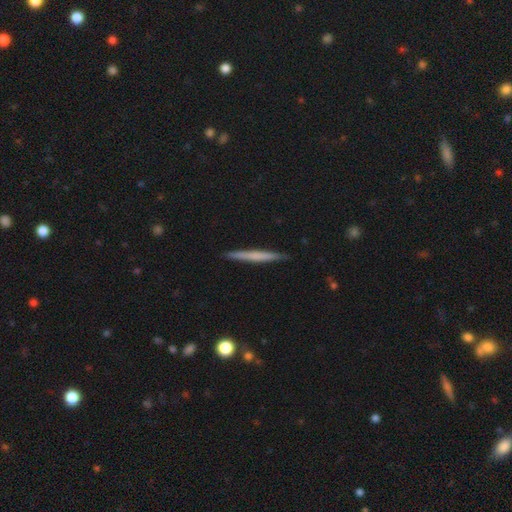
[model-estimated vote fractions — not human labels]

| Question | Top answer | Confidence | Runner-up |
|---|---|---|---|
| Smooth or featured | smooth | 51% | featured or disk (44%) |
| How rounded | cigar-shaped | 96% | in between (2%) |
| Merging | none | 91% | minor disturbance (7%) |